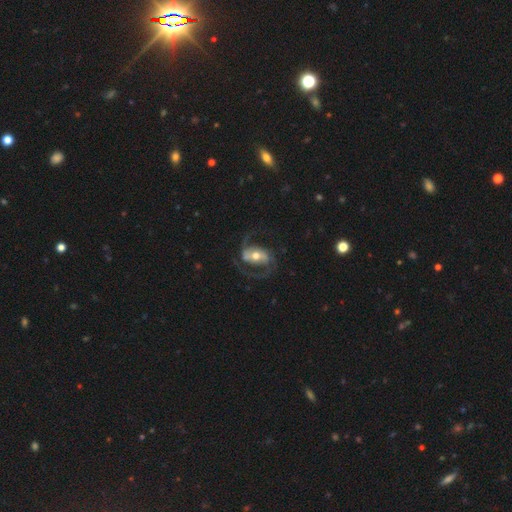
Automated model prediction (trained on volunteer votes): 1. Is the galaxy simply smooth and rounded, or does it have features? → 86% featured or disk, 9% smooth, 5% star or artifact.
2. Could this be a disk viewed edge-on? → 97% no, 3% yes.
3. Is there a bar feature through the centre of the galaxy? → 38% strong, 35% weak, 27% no.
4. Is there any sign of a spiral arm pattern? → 95% yes, 5% no.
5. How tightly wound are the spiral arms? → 53% medium, 33% loose, 14% tight.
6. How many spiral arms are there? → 91% 2, 3% can't tell, 2% 1, 2% 3, 1% 4, 1% more than 4.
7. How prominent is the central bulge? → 69% moderate, 18% small, 10% large, 1% dominant, 1% none.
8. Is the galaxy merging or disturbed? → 69% none, 16% major disturbance, 13% minor disturbance, 2% merger.